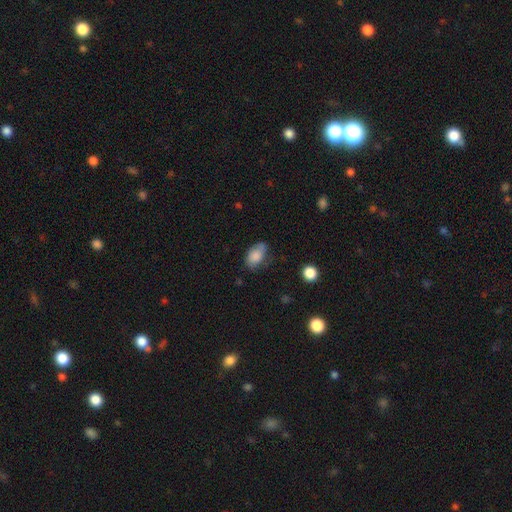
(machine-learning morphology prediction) Overall: smooth (80%). How rounded: in between (89%). Merging: none (56%; minor disturbance 31%).